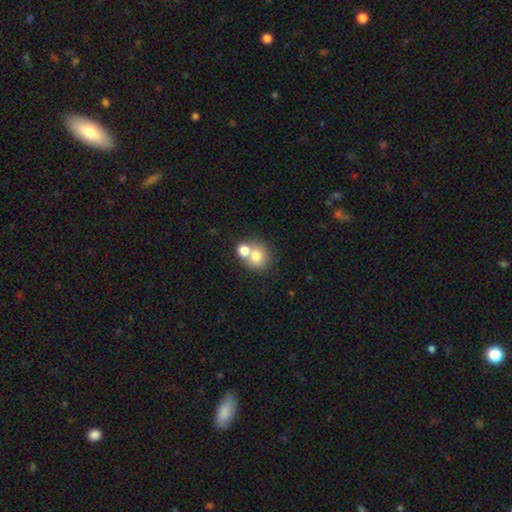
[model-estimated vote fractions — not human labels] Smooth or featured? smooth (74%)
How rounded? round (81%)
Merging? merger (49%)